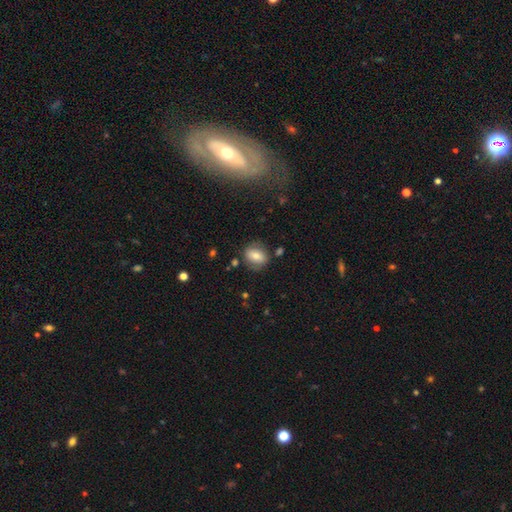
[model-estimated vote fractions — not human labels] smooth_or_featured: smooth (p=0.69) [alt: featured or disk p=0.22]
how_rounded: in between (p=0.51) [alt: round p=0.47]
merging: none (p=0.77) [alt: minor disturbance p=0.14]